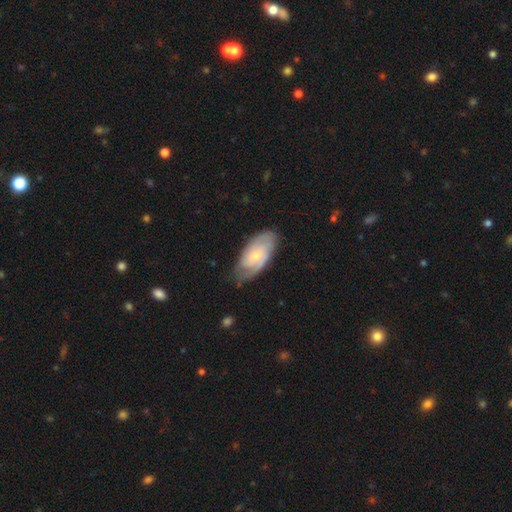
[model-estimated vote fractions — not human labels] A featured or disk galaxy (69%) with no bar (68%), 2 (46%) tight (54%) spiral arms (90%) and a small central bulge (63%).

Vote fractions:
- Smooth or featured? featured or disk: 69% / smooth: 25% / star or artifact: 5%
- Edge-on disk? no: 94% / yes: 6%
- Bar? no: 68% / weak: 27% / strong: 5%
- Spiral arms? yes: 90% / no: 10%
- Spiral winding? tight: 54% / medium: 35% / loose: 11%
- Spiral arm count? 2: 46% / can't tell: 30% / 3: 12% / 1: 7% / 4: 3% / more than 4: 2%
- Bulge size? small: 63% / moderate: 33% / none: 2% / large: 1% / dominant: 1%
- Merging? none: 70% / minor disturbance: 22% / major disturbance: 6% / merger: 1%